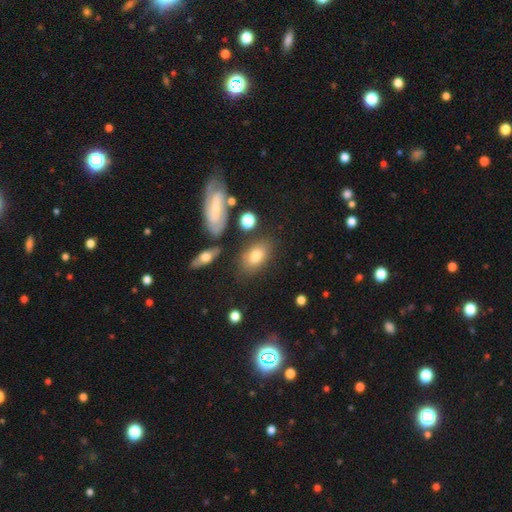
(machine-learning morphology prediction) smooth 73%, featured or disk 17%, star or artifact 9%. Down the decision tree: how rounded — in between (85%); merging — none (72%).